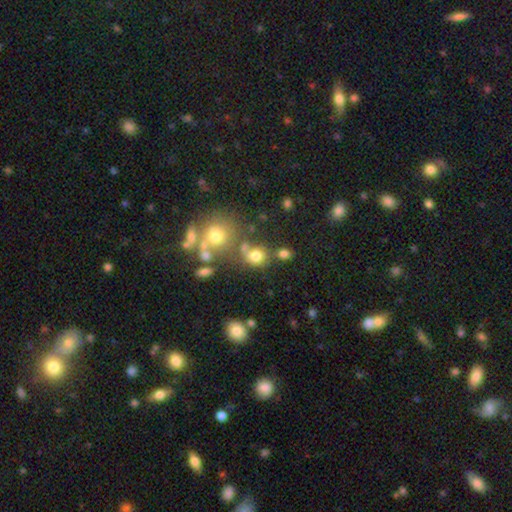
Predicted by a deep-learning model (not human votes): This appears to be a smooth galaxy with no disk features (72%) that is round (73%). Merging: none (54%).